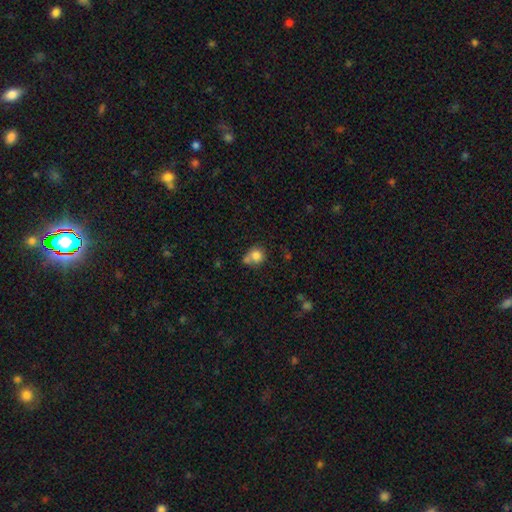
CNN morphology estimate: This appears to be a smooth galaxy with no disk features (80%) that is round (75%). Merging: none (44%).